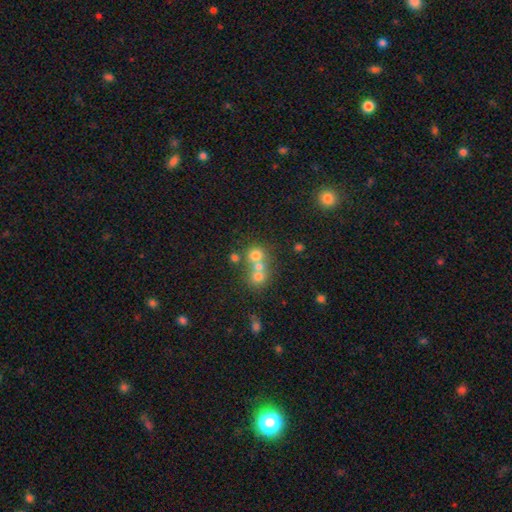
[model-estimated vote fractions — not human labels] Smooth or featured? Predicted: smooth (p=0.66). How rounded? Predicted: round (p=0.82). Merging? Predicted: merger (p=0.52).